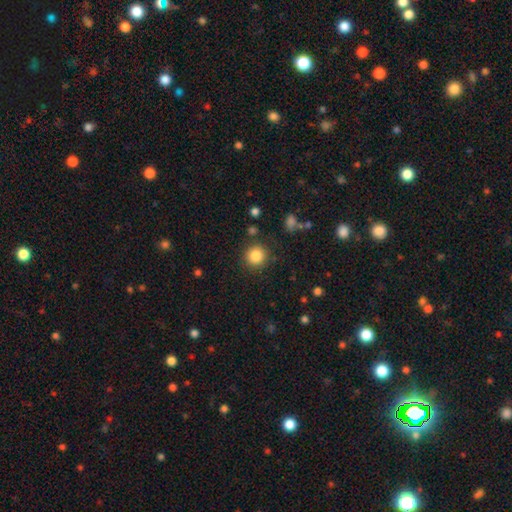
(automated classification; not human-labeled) smooth-or-featured: smooth: 84% | star or artifact: 11% | featured or disk: 5%
  how-rounded: round: 93% | in between: 6% | cigar-shaped: 1%
  merging: none: 87% | minor disturbance: 7% | major disturbance: 3% | merger: 2%